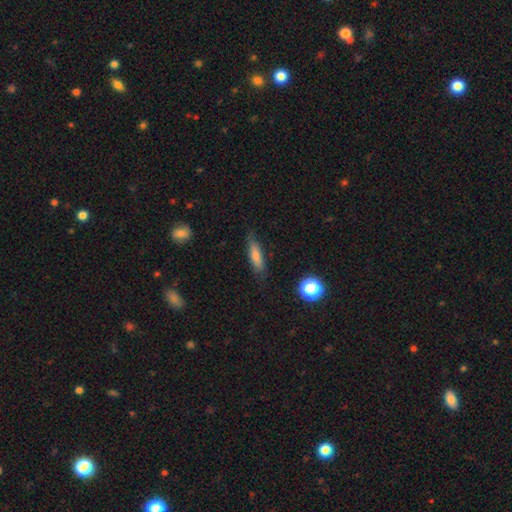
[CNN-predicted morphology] Smooth or featured? smooth (72%)
How rounded? cigar-shaped (67%)
Merging? none (80%)